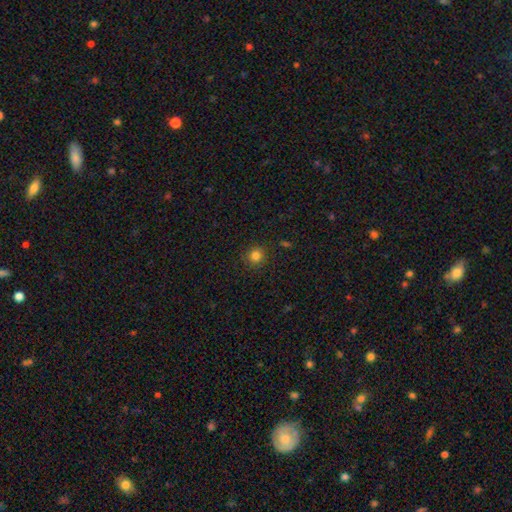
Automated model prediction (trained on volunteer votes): Overall: smooth (82%). How rounded: round (90%). Merging: none (89%).